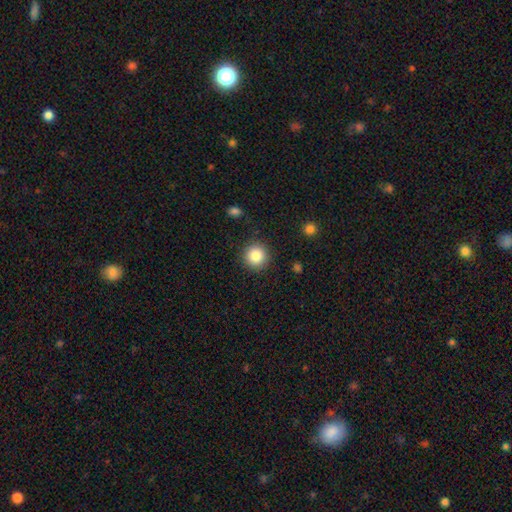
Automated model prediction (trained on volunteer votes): A smooth galaxy with no disk features (85%) that is round (95%). Merging: none (90%).